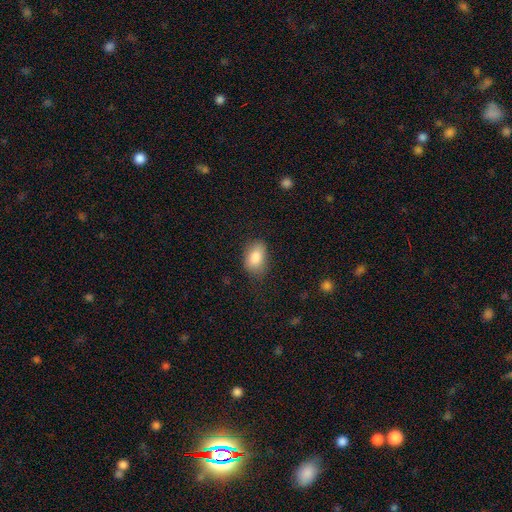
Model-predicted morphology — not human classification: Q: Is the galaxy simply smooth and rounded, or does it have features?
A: smooth — 86%.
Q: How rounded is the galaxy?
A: in between — 85%.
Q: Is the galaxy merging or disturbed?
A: none — 71%.